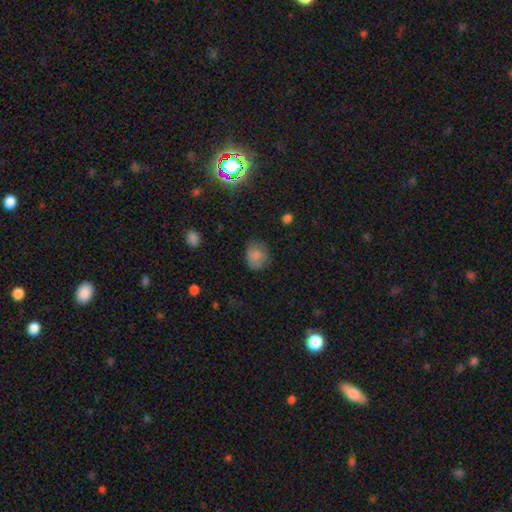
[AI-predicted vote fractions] A smooth galaxy with no disk features (81%) that is round (64%). Merging: none (71%).